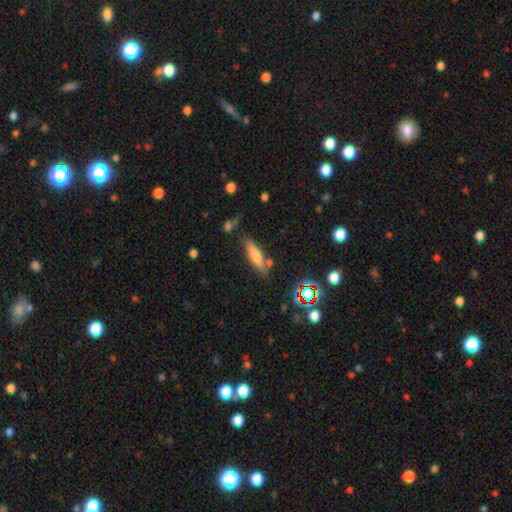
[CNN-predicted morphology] smooth 58%, featured or disk 30%, star or artifact 12%. Down the decision tree: how rounded — cigar-shaped (66%); merging — none (72%).